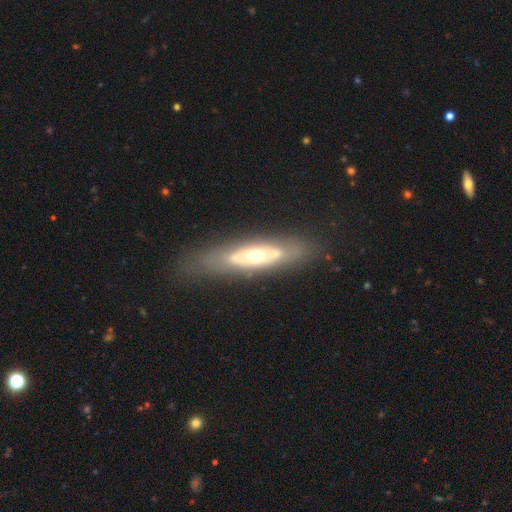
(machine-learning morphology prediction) type=featured or disk (63%); edge-on=no (69%); merging=none (73%).